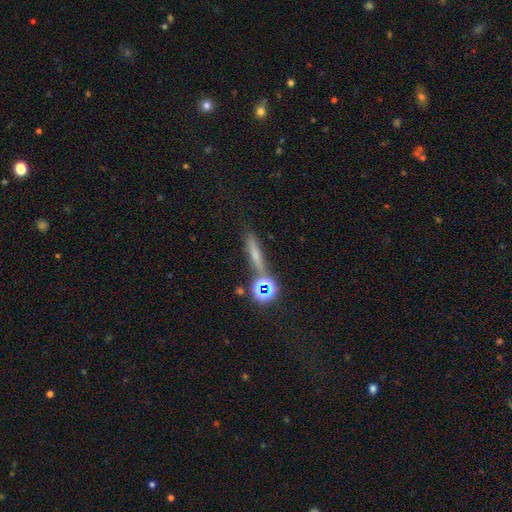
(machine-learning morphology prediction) Overall: smooth (47%; star or artifact 28%). Merging: none (72%).